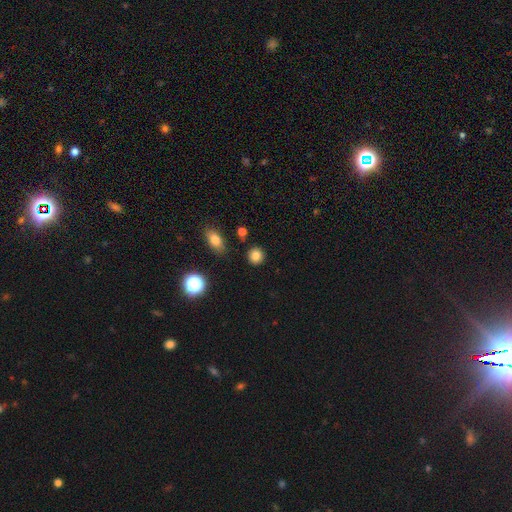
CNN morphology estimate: Smooth or featured?
  - smooth: 82% *
  - star or artifact: 12%
  - featured or disk: 5%
How rounded?
  - round: 89% *
  - in between: 10%
  - cigar-shaped: 1%
Merging?
  - none: 89% *
  - minor disturbance: 7%
  - merger: 2%
  - major disturbance: 2%